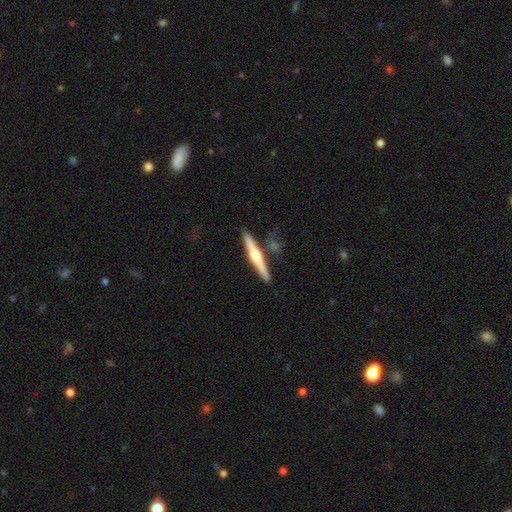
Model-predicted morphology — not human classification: smooth-or-featured: featured or disk: 65% | smooth: 29% | star or artifact: 5%
  disk-edge-on: yes: 98% | no: 2%
    edge-on-bulge: rounded: 86% | none: 7% | boxy: 7%
  merging: none: 82% | minor disturbance: 10% | merger: 6% | major disturbance: 2%